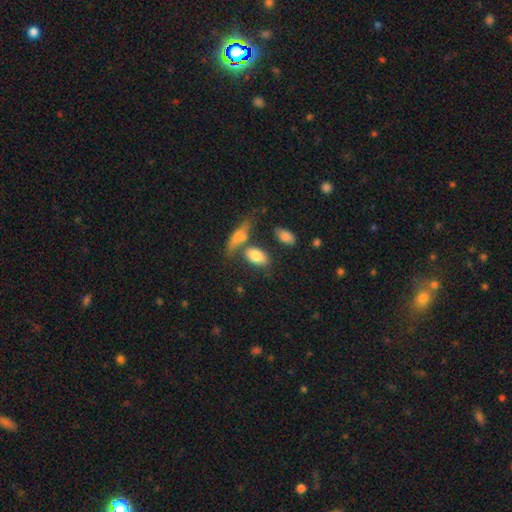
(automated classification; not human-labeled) Smooth or featured: smooth — 81% (featured or disk — 12%)
How rounded: in between — 88% (round — 7%)
Merging: none — 52% (merger — 26%)